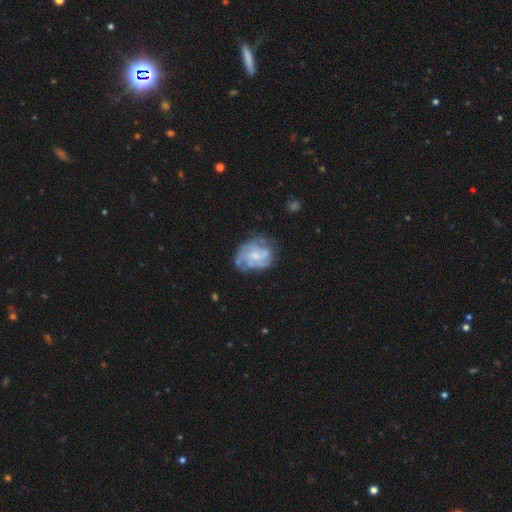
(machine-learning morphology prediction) Smooth or featured? Predicted: featured or disk (p=0.70). Edge-on disk? Predicted: no (p=0.98). Bar? Predicted: no (p=0.68). Spiral arms? Predicted: yes (p=0.72). Bulge size? Predicted: small (p=0.47). Merging? Predicted: none (p=0.61).